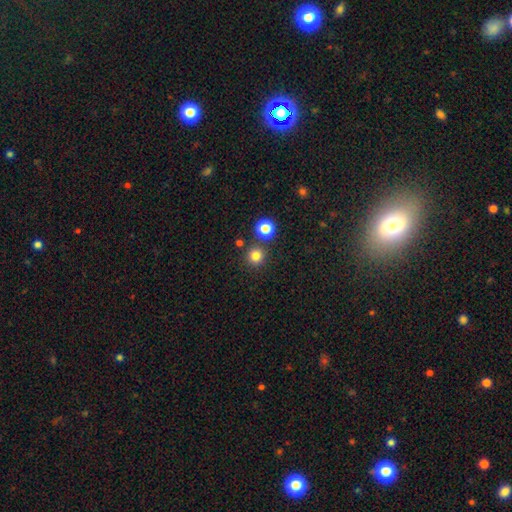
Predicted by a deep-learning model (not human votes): Smooth or featured?
  - smooth: 80% *
  - star or artifact: 15%
  - featured or disk: 5%
How rounded?
  - round: 95% *
  - in between: 4%
  - cigar-shaped: 1%
Merging?
  - none: 83% *
  - merger: 8%
  - minor disturbance: 6%
  - major disturbance: 2%